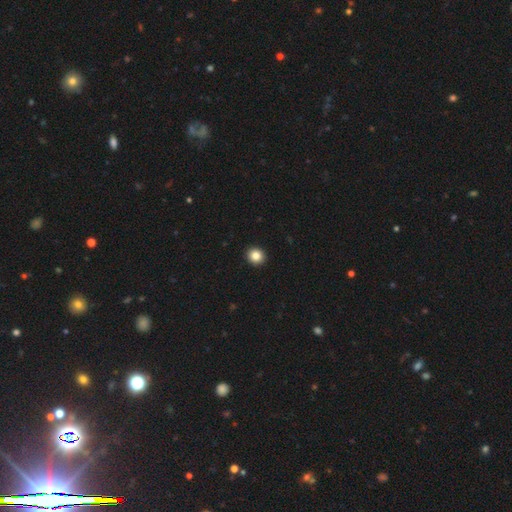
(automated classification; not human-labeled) The model was most divided on "smooth or featured": smooth: 85%, star or artifact: 10%, featured or disk: 5%. More confident: merging — none (94%); how rounded — round (89%).